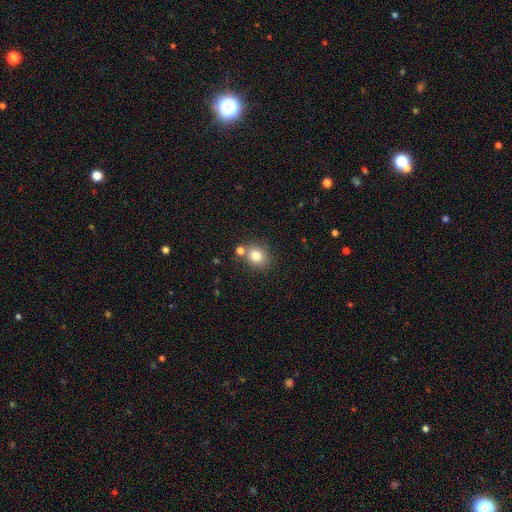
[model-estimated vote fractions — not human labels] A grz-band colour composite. It shows a smooth galaxy with no disk features (79%) that is round (73%). Merging: none (70%).